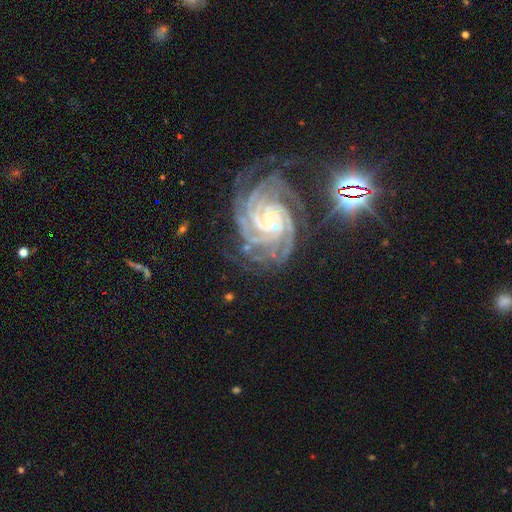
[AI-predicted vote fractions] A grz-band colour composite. It shows a featured or disk galaxy (86%) with no bar (51%), 4 (26%) tight (80%) spiral arms (99%) and a small central bulge (59%). Merging: none (75%).